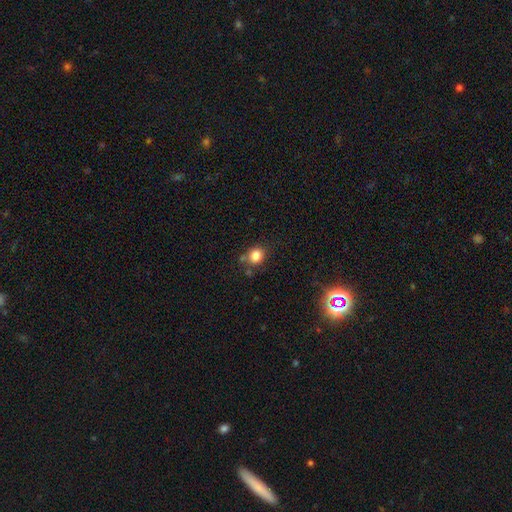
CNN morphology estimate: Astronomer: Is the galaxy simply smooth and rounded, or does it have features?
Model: smooth — 82%.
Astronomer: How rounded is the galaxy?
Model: round — 74%.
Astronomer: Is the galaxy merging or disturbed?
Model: none — 70%.